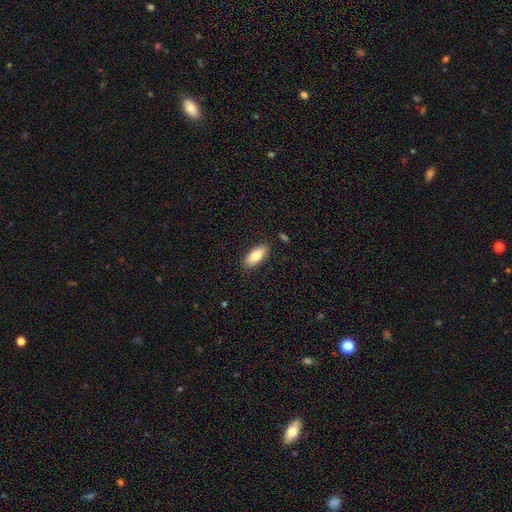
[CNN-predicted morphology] This appears to be a smooth galaxy with no disk features (79%) that is in between round and cigar-shaped (84%). Merging: none (87%).